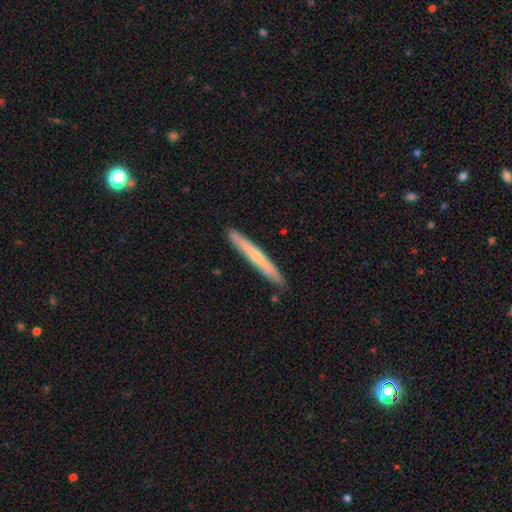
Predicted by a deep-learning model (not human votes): This is possibly a smooth galaxy (58%). How rounded: clearly cigar-shaped (97%). Merging: clearly none (89%).